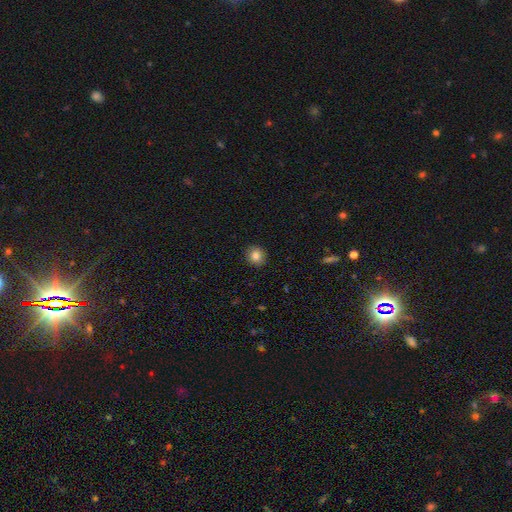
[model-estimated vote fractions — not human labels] The model was most divided on "how rounded": round: 86%, in between: 13%, cigar-shaped: 1%. More confident: merging — none (91%); smooth or featured — smooth (84%).